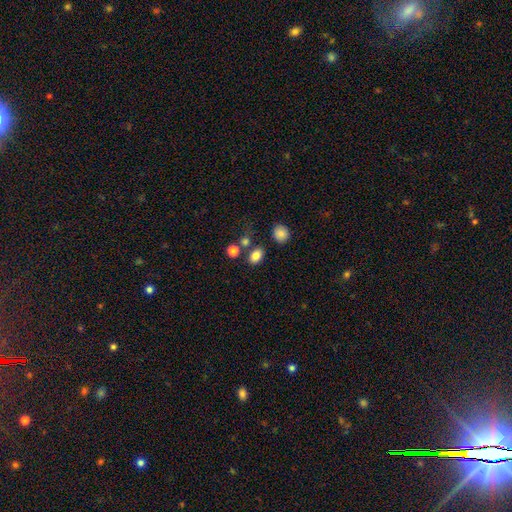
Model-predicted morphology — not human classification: smooth_or_featured: smooth (p=0.82) [alt: star or artifact p=0.11]
how_rounded: in between (p=0.66) [alt: round p=0.33]
merging: none (p=0.71) [alt: merger p=0.14]